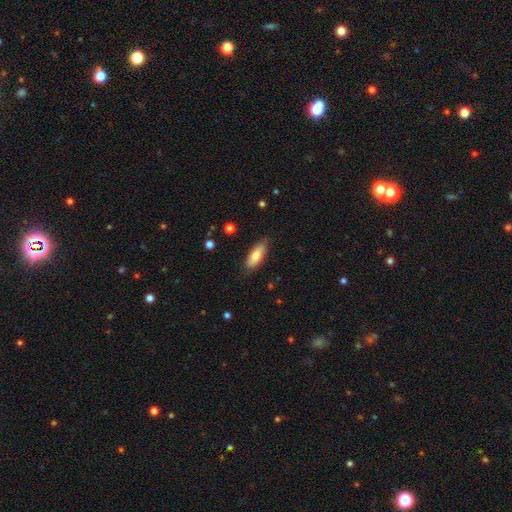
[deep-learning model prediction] Smooth or featured? smooth (77%)
How rounded? in between (66%)
Merging? none (81%)